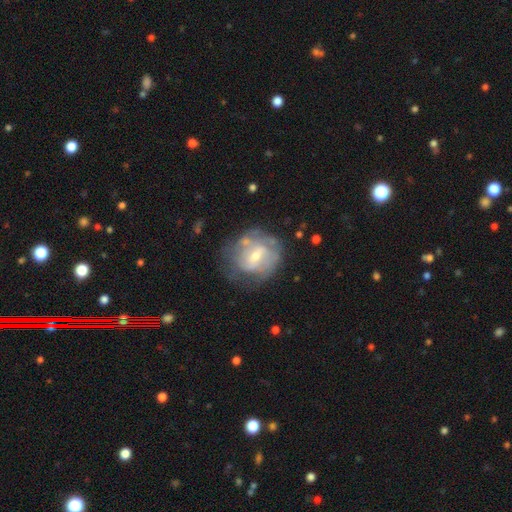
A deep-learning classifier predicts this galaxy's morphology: A featured or disk galaxy (69%) with a weak bar (54%), spiral arms (70%) and a small central bulge (48%).

Vote fractions:
- Smooth or featured? featured or disk: 69% / smooth: 25% / star or artifact: 7%
- Edge-on disk? no: 97% / yes: 3%
- Bar? weak: 54% / no: 29% / strong: 17%
- Spiral arms? yes: 70% / no: 30%
- Bulge size? small: 48% / moderate: 46% / large: 3% / none: 2% / dominant: 1%
- Merging? none: 57% / minor disturbance: 24% / major disturbance: 15% / merger: 4%